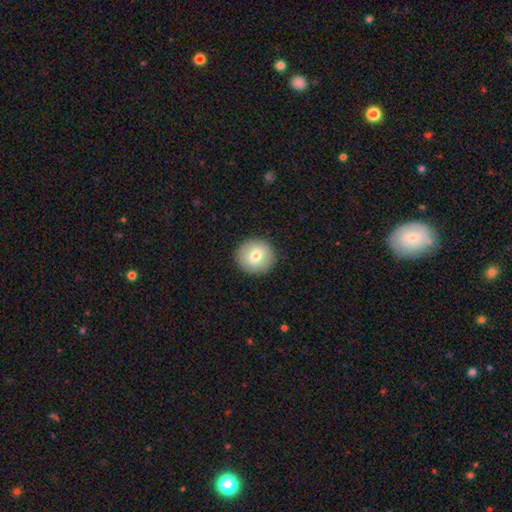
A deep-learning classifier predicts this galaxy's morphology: A smooth galaxy with no disk features (72%) that is round (93%).

Vote fractions:
- Smooth or featured? smooth: 72% / featured or disk: 20% / star or artifact: 8%
- How rounded? round: 93% / in between: 6% / cigar-shaped: 1%
- Merging? none: 91% / minor disturbance: 6% / major disturbance: 2% / merger: 1%